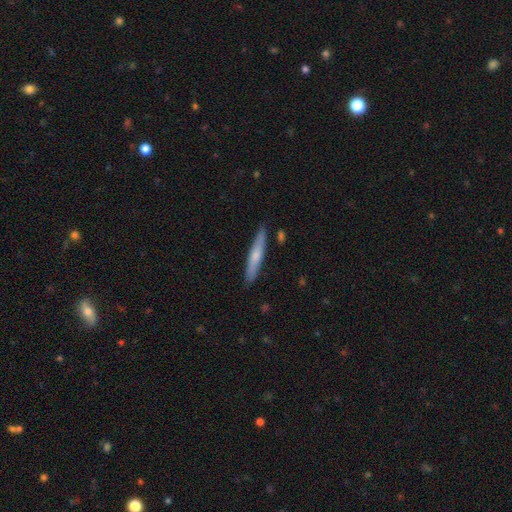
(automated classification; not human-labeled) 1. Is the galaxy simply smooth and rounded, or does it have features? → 56% smooth, 38% featured or disk, 6% star or artifact.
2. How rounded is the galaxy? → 93% cigar-shaped, 6% in between, 1% round.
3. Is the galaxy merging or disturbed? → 88% none, 9% minor disturbance, 2% merger, 2% major disturbance.